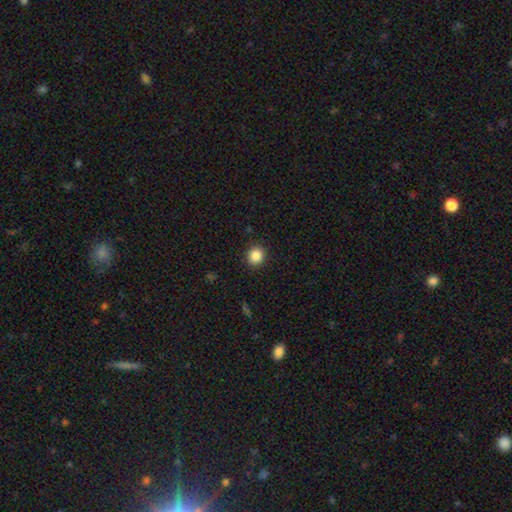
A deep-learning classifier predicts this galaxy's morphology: A smooth galaxy with no disk features (86%) that is round (82%).

Vote fractions:
- Smooth or featured? smooth: 86% / star or artifact: 10% / featured or disk: 4%
- How rounded? round: 82% / in between: 17% / cigar-shaped: 1%
- Merging? none: 91% / minor disturbance: 6% / major disturbance: 2% / merger: 1%